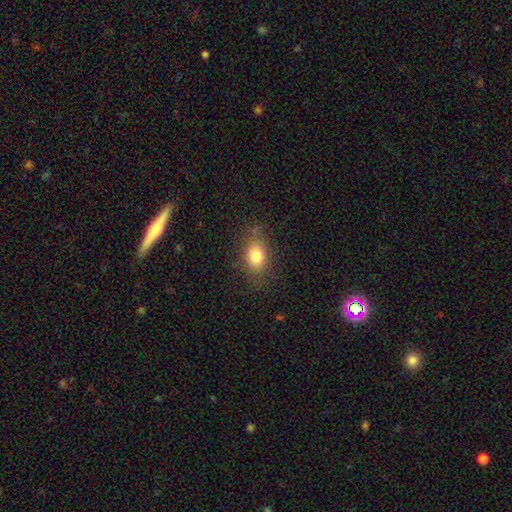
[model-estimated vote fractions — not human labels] Morphology: type=smooth (79%); roundness=in between (76%); merging=none (77%).